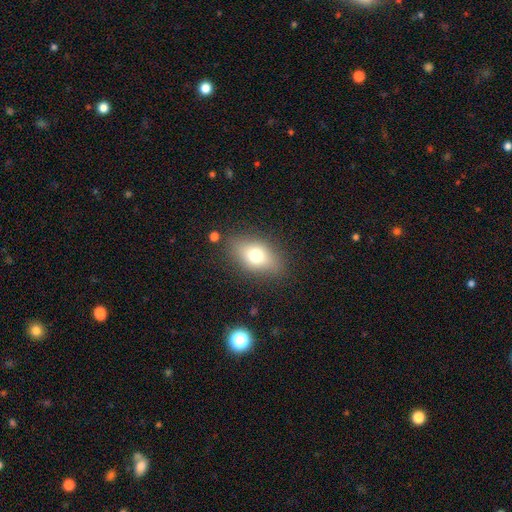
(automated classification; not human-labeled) This is likely a smooth galaxy (72%). How rounded: clearly in between (83%). Merging: clearly none (81%).